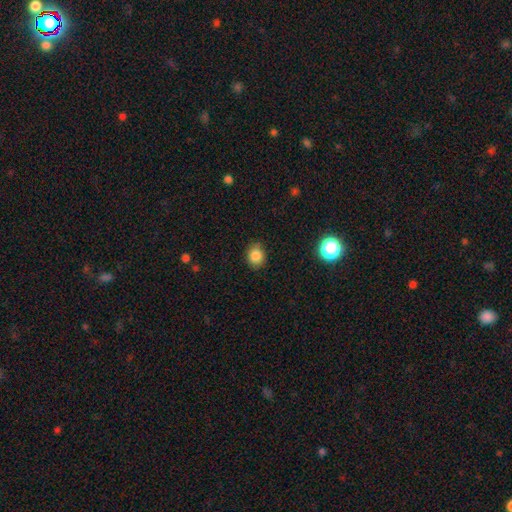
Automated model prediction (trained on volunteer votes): This is clearly a smooth galaxy (83%). How rounded: likely round (65%). Merging: clearly none (82%).